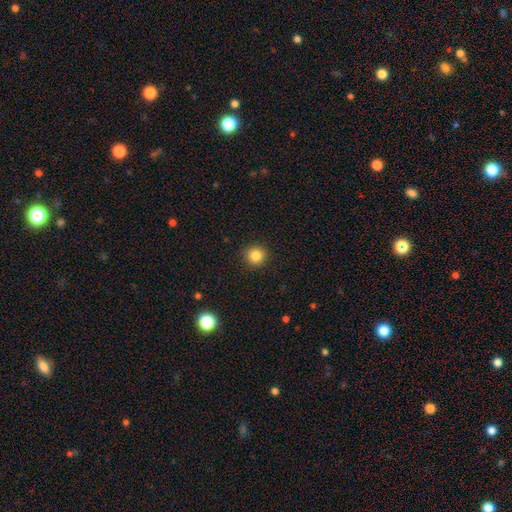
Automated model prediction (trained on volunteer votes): Morphology: type=smooth (84%); roundness=round (93%); merging=none (91%).